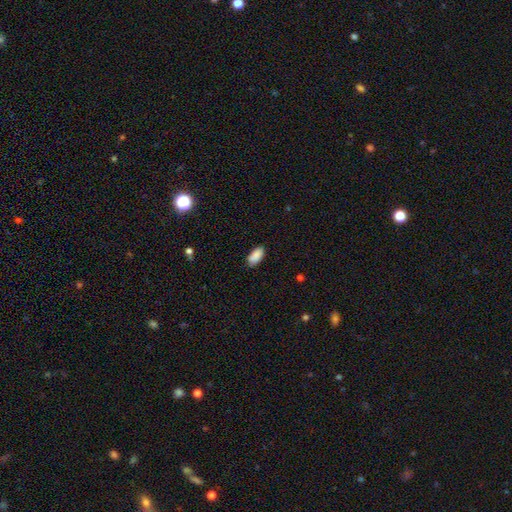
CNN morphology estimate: The model was most divided on "merging": none: 81%, minor disturbance: 15%, major disturbance: 3%, merger: 2%. More confident: how rounded — in between (92%); smooth or featured — smooth (89%).